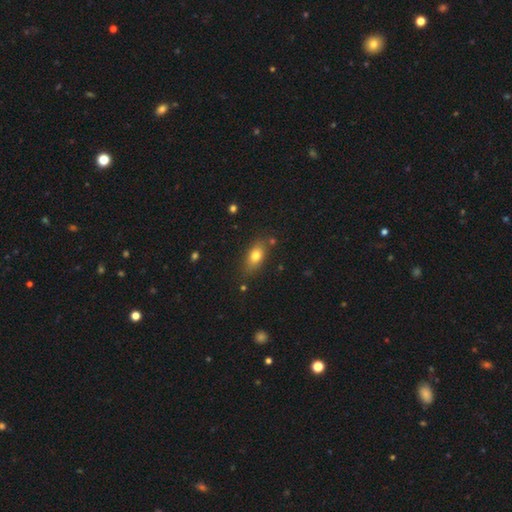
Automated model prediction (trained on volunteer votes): A smooth galaxy with no disk features (76%) that is in between round and cigar-shaped (80%). Merging: none (79%).